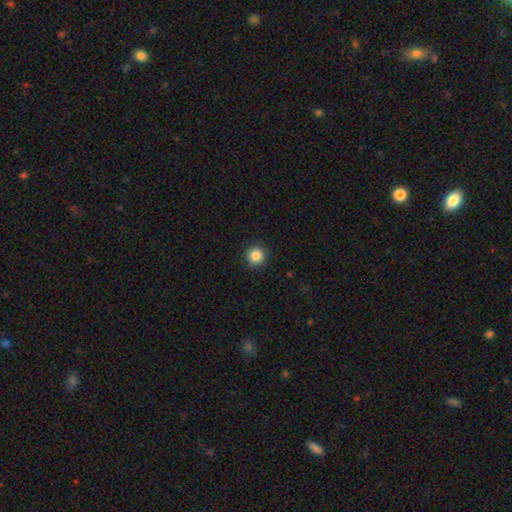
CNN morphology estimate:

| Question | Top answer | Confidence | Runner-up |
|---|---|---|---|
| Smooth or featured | smooth | 86% | star or artifact (10%) |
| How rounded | round | 95% | in between (4%) |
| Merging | none | 93% | minor disturbance (5%) |